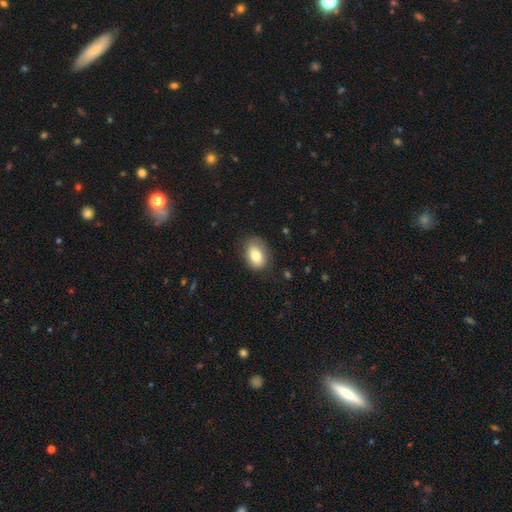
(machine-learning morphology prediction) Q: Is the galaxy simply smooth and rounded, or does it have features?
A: smooth — 80%.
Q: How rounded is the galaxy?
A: in between — 82%.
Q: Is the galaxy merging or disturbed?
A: none — 79%.